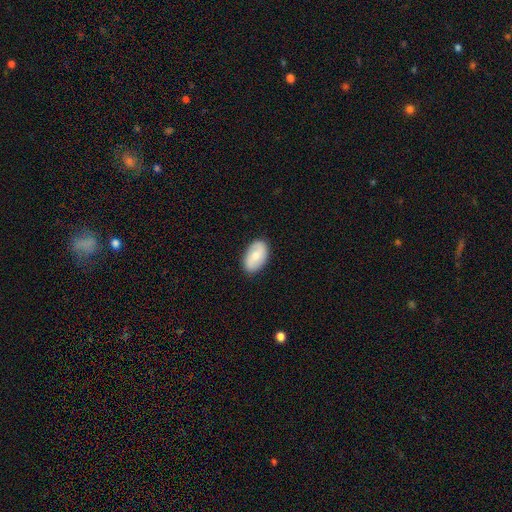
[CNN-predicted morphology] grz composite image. It shows a smooth galaxy with no disk features (61%) that is in between round and cigar-shaped (93%). Merging: none (86%).